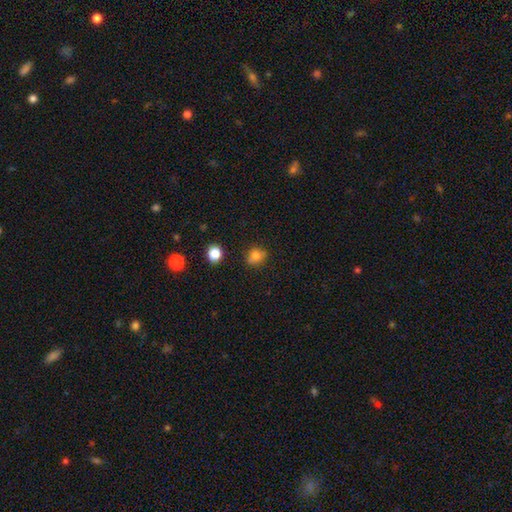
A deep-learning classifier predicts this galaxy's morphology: smooth 77%, star or artifact 13%, featured or disk 9%. Down the decision tree: how rounded — round (61%); merging — none (78%).